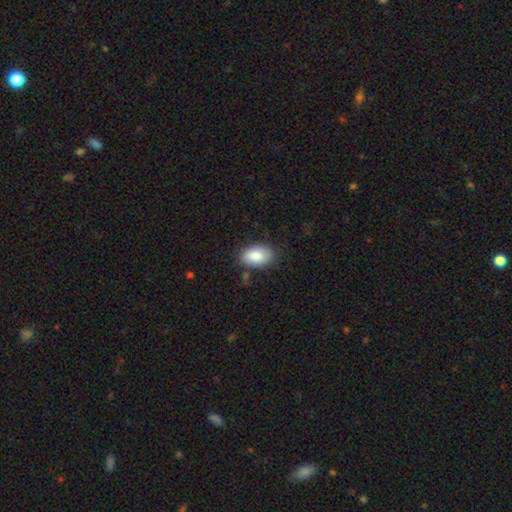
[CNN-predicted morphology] type=smooth (85%); roundness=in between (90%); merging=none (80%).